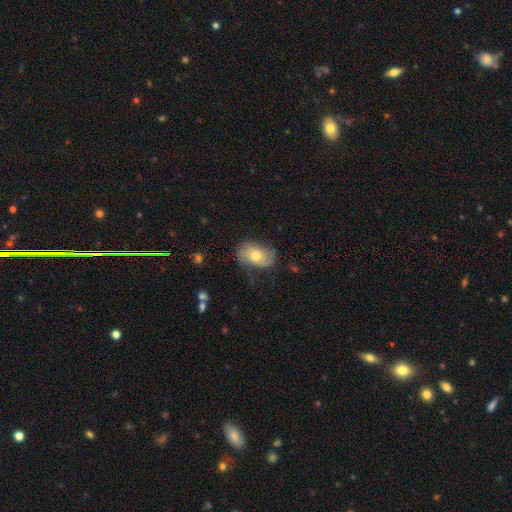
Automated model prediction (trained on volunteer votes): This is possibly a smooth galaxy (53%). How rounded: clearly in between (82%). Merging: likely none (66%).